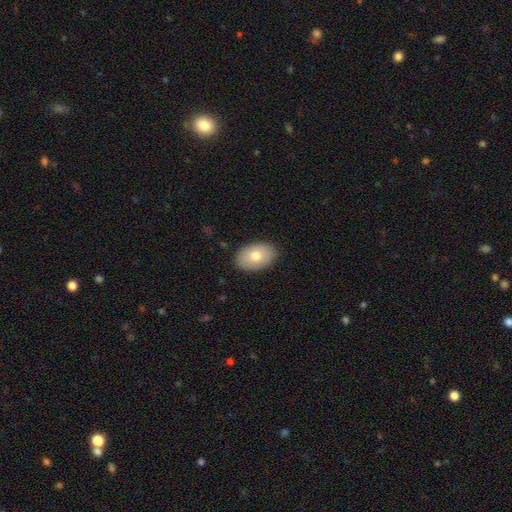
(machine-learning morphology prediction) Smooth or featured? Predicted: smooth (p=0.76). How rounded? Predicted: in between (p=0.88). Merging? Predicted: none (p=0.88).